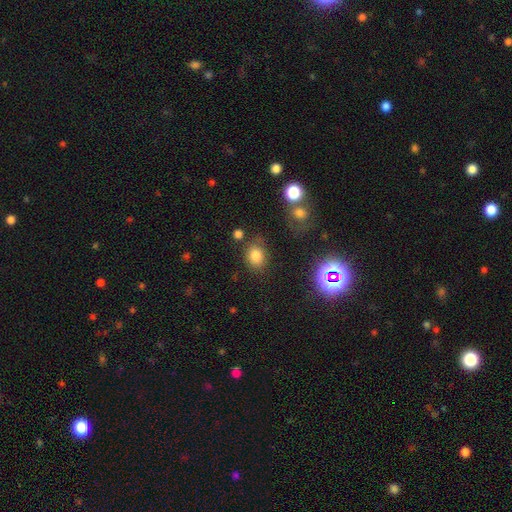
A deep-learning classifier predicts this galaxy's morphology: Smooth or featured? Predicted: smooth (p=0.78). How rounded? Predicted: round (p=0.51). Merging? Predicted: none (p=0.72).